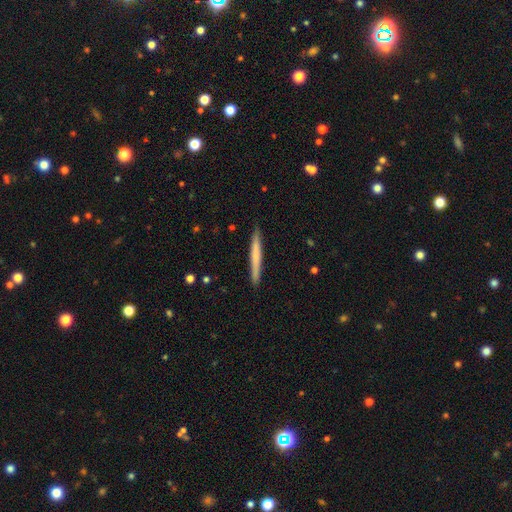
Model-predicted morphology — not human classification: Overall: smooth (64%; featured or disk 31%). How rounded: cigar-shaped (97%). Merging: none (90%).